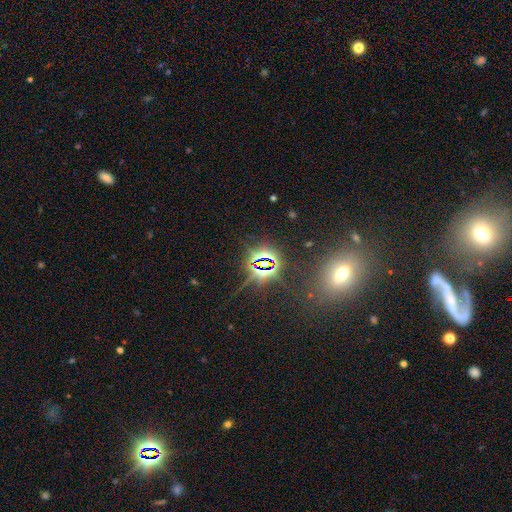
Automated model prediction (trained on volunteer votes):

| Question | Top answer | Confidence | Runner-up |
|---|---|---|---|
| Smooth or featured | star or artifact | 78% | smooth (12%) |